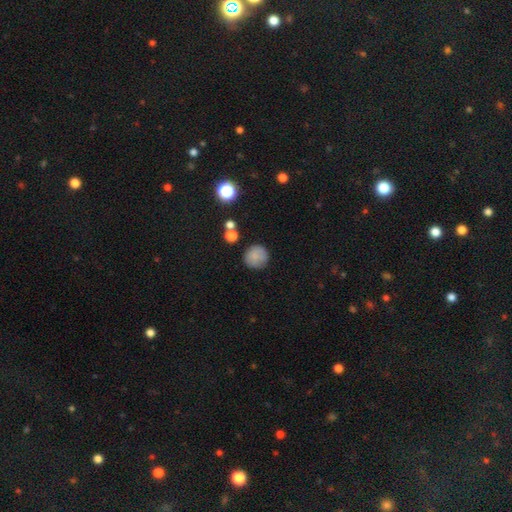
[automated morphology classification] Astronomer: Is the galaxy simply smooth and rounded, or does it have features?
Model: smooth — 82%.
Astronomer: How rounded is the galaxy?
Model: round — 93%.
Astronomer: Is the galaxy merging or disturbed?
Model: none — 80%.